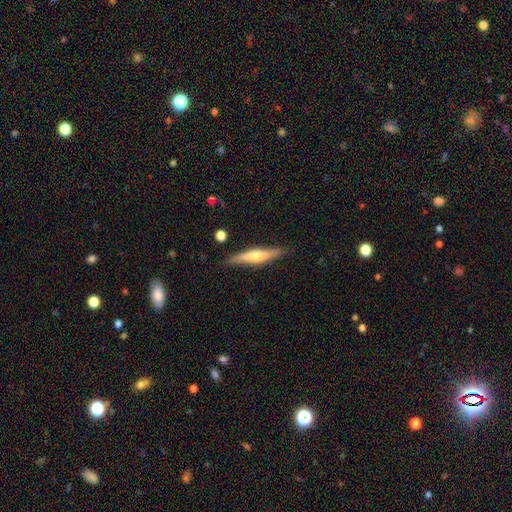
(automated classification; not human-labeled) Smooth or featured? Predicted: featured or disk (p=0.62). Edge-on disk? Predicted: yes (p=0.94). Edge-on bulge? Predicted: rounded (p=0.89). Merging? Predicted: none (p=0.86).